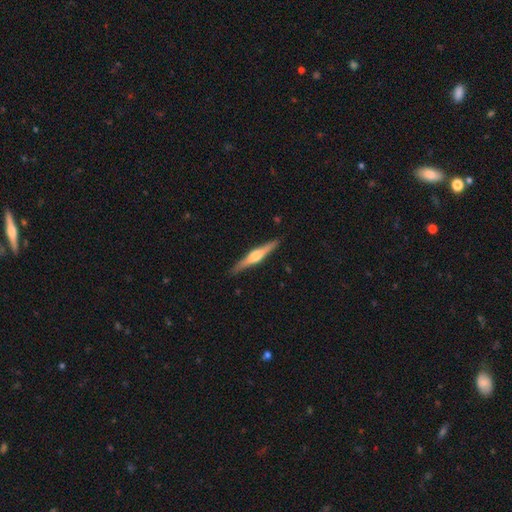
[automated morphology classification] Smooth or featured?
  - featured or disk: 71% *
  - smooth: 24%
  - star or artifact: 5%
Edge-on disk?
  - yes: 98% *
  - no: 2%
Edge-on bulge?
  - rounded: 88% *
  - boxy: 8%
  - none: 4%
Merging?
  - none: 90% *
  - minor disturbance: 7%
  - major disturbance: 1%
  - merger: 1%